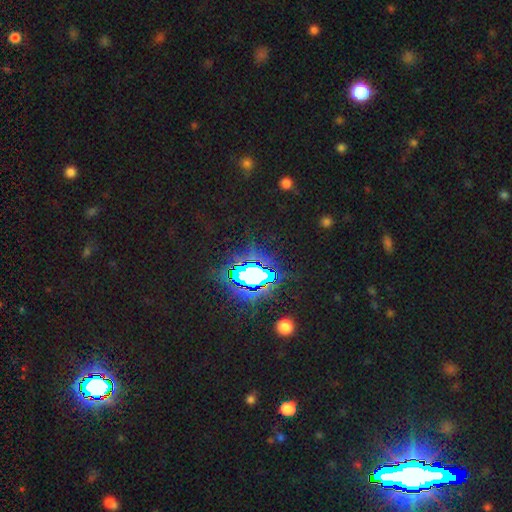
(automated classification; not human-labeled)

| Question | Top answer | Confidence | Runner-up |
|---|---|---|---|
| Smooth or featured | star or artifact | 82% | smooth (11%) |